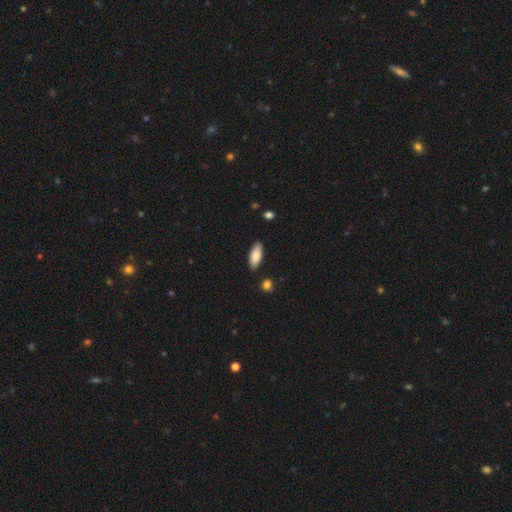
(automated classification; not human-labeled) Smooth or featured: smooth — 86% (featured or disk — 9%)
How rounded: in between — 84% (cigar-shaped — 14%)
Merging: none — 86% (minor disturbance — 10%)